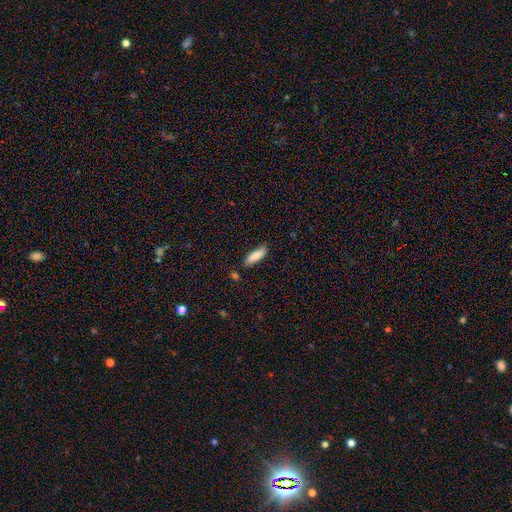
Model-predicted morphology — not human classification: Smooth or featured? Predicted: smooth (p=0.81). How rounded? Predicted: cigar-shaped (p=0.52). Merging? Predicted: none (p=0.80).